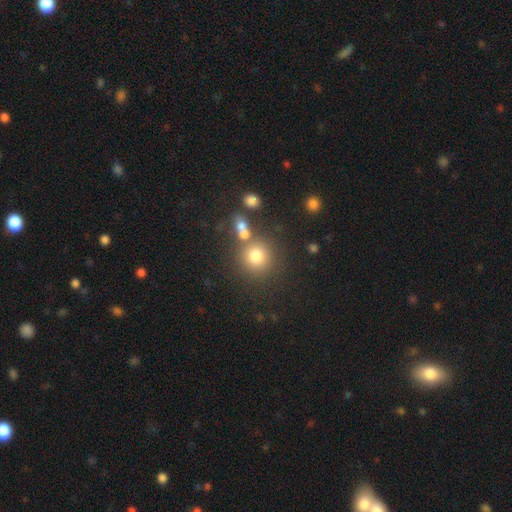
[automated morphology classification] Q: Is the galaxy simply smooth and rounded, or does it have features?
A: smooth — 76%.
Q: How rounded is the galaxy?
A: round — 90%.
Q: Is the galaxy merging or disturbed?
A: none — 67%.